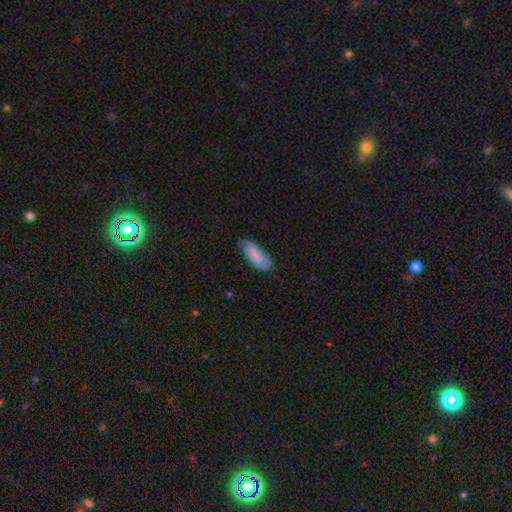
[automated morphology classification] A smooth galaxy with no disk features (75%) that is in between round and cigar-shaped (75%).

Vote fractions:
- Smooth or featured? smooth: 75% / featured or disk: 18% / star or artifact: 6%
- How rounded? in between: 75% / cigar-shaped: 23% / round: 2%
- Merging? none: 63% / minor disturbance: 29% / major disturbance: 7% / merger: 2%